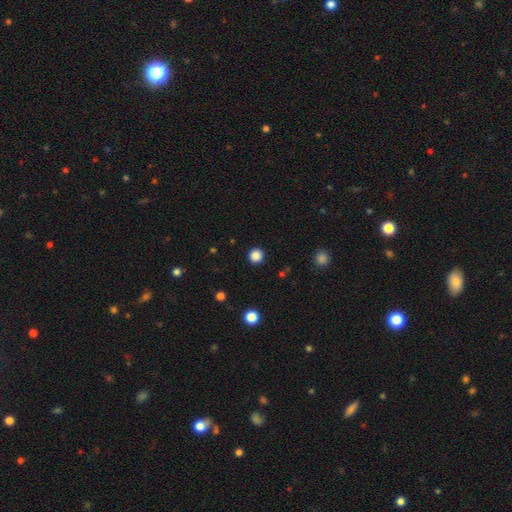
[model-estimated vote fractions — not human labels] Smooth or featured? Predicted: smooth (p=0.86). How rounded? Predicted: round (p=0.94). Merging? Predicted: none (p=0.92).